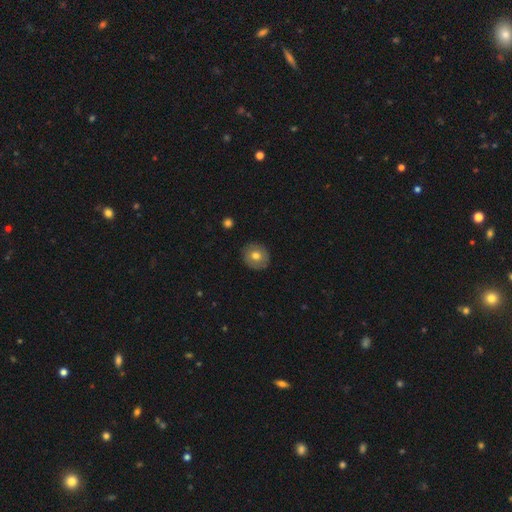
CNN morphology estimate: A smooth galaxy with no disk features (70%) that is round (87%).

Vote fractions:
- Smooth or featured? smooth: 70% / featured or disk: 21% / star or artifact: 8%
- How rounded? round: 87% / in between: 12% / cigar-shaped: 1%
- Merging? none: 89% / minor disturbance: 8% / major disturbance: 2% / merger: 1%